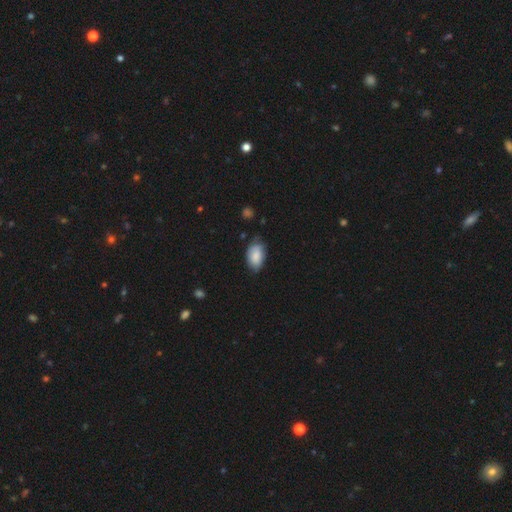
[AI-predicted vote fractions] Smooth or featured: smooth — 83% (featured or disk — 10%)
How rounded: in between — 91% (round — 7%)
Merging: none — 59% (minor disturbance — 33%)